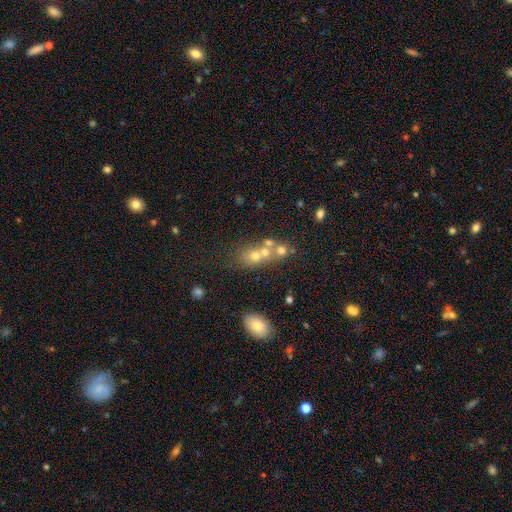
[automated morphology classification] Smooth or featured?
  - smooth: 51% *
  - star or artifact: 28%
  - featured or disk: 21%
How rounded?
  - in between: 51% *
  - round: 39%
  - cigar-shaped: 9%
Merging?
  - none: 47% *
  - merger: 36%
  - minor disturbance: 11%
  - major disturbance: 6%